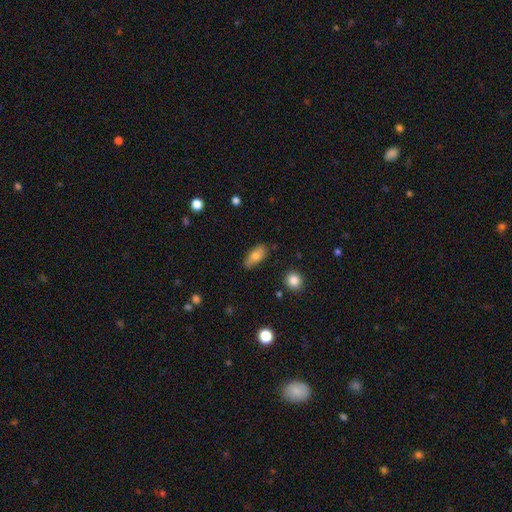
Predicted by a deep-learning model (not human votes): A smooth galaxy with no disk features (74%) that is in between round and cigar-shaped (83%). Merging: none (77%).